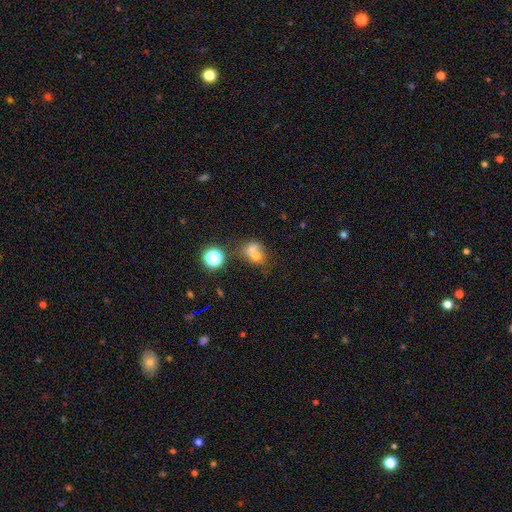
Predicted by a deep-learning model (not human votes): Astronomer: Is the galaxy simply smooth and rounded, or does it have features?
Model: smooth — 66%.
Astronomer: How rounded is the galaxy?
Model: round — 69%.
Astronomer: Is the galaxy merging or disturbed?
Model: merger — 62%.